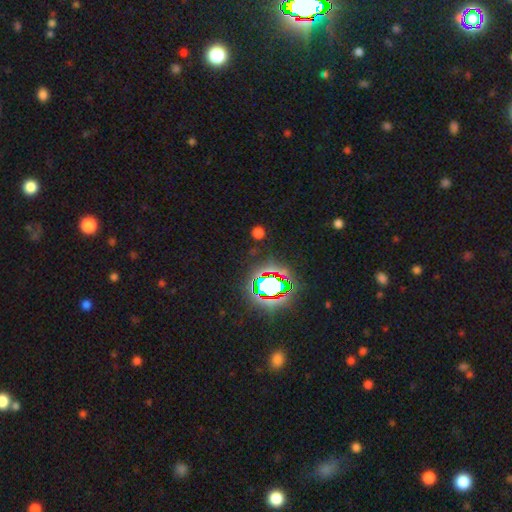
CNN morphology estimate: Smooth or featured? Predicted: star or artifact (p=0.81).